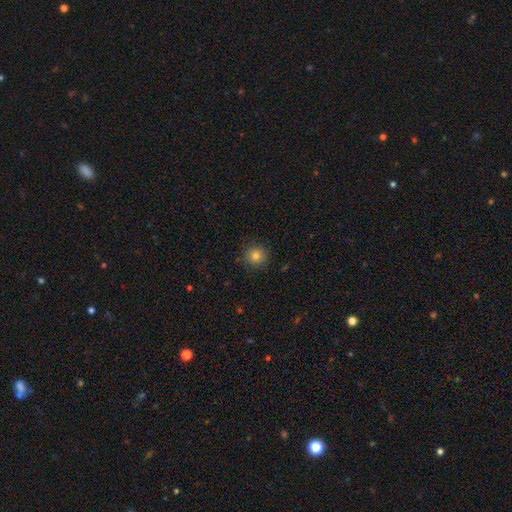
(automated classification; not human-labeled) A smooth galaxy with no disk features (80%) that is round (92%). Merging: none (88%).